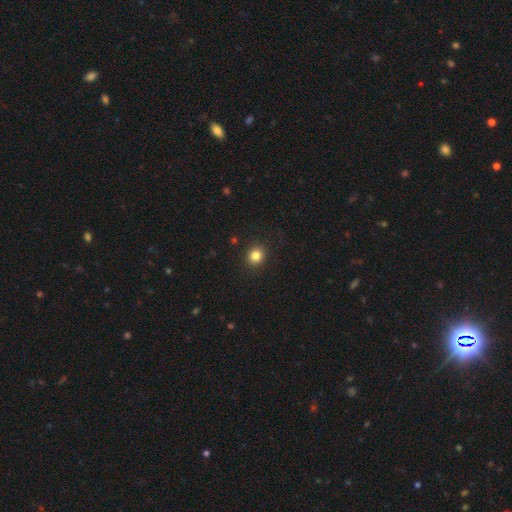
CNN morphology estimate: Smooth or featured: smooth — 83% (star or artifact — 12%)
How rounded: round — 85% (in between — 14%)
Merging: none — 91% (minor disturbance — 6%)